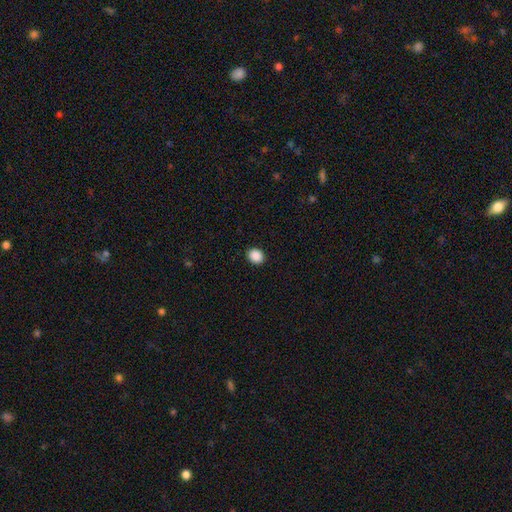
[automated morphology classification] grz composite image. It shows a smooth galaxy with no disk features (89%) that is round (63%). Merging: none (92%).